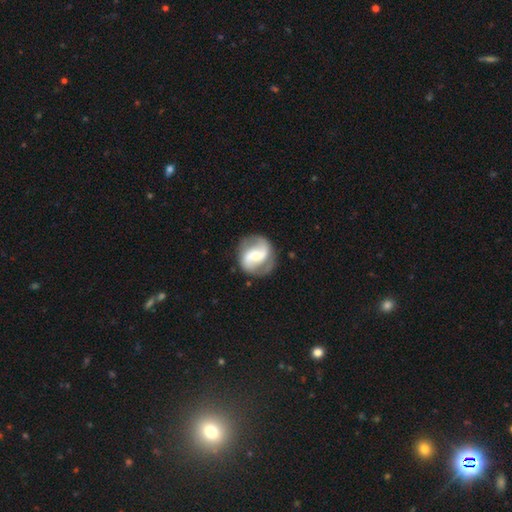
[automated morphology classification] smooth-or-featured: featured or disk: 80% | smooth: 15% | star or artifact: 5%
  disk-edge-on: no: 98% | yes: 2%
    bar: weak: 40% | strong: 36% | no: 24%
    has-spiral-arms: yes: 92% | no: 8%
      spiral-winding: medium: 43% | loose: 41% | tight: 16%
      spiral-arm-count: 2: 90% | can't tell: 4% | 1: 3% | 3: 1% | 4: 1% | more than 4: 1%
    bulge-size: moderate: 47% | small: 44% | large: 5% | none: 3% | dominant: 1%
  merging: none: 78% | minor disturbance: 14% | major disturbance: 6% | merger: 2%